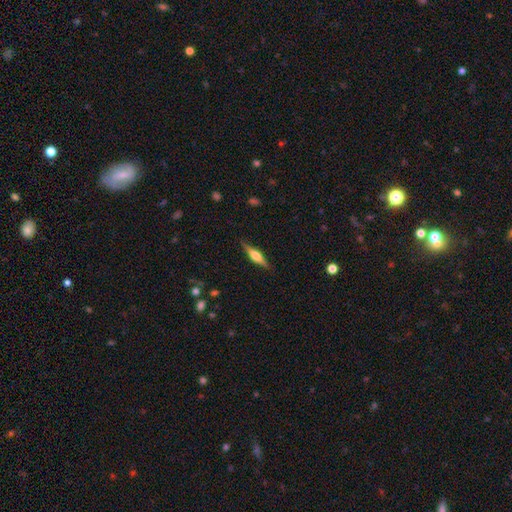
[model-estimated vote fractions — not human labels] This appears to be a featured or disk galaxy (59%) viewed edge-on (96%) with a rounded central bulge (83%). Merging: none (86%).